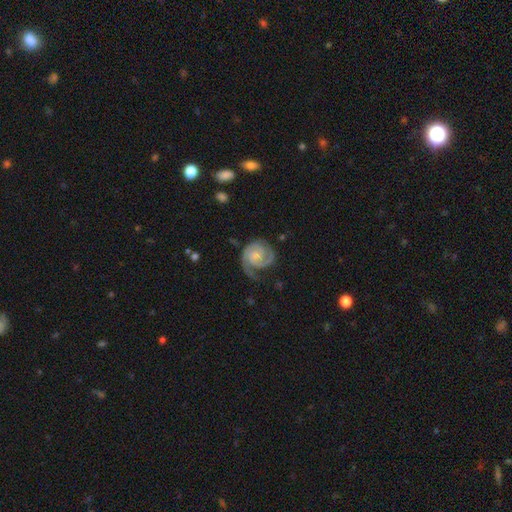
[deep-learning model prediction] Smooth or featured?
  - featured or disk: 88% *
  - smooth: 7%
  - star or artifact: 5%
Edge-on disk?
  - no: 98% *
  - yes: 2%
Bar?
  - no: 66% *
  - weak: 28%
  - strong: 6%
Spiral arms?
  - yes: 98% *
  - no: 2%
Spiral winding?
  - tight: 64% *
  - medium: 31%
  - loose: 5%
Spiral arm count?
  - 2: 76% *
  - 3: 11%
  - can't tell: 5%
  - 1: 5%
  - 4: 2%
  - more than 4: 2%
Bulge size?
  - small: 59% *
  - moderate: 28%
  - none: 10%
  - large: 2%
  - dominant: 1%
Merging?
  - none: 67% *
  - minor disturbance: 21%
  - major disturbance: 10%
  - merger: 2%